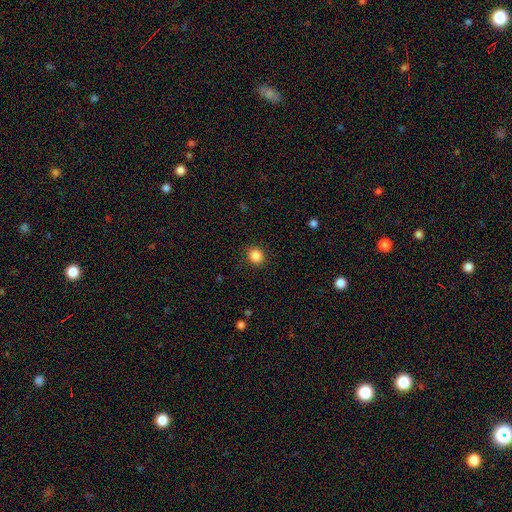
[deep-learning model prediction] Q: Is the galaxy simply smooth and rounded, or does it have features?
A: smooth — 86%.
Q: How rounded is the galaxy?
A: round — 82%.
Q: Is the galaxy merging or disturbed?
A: none — 90%.